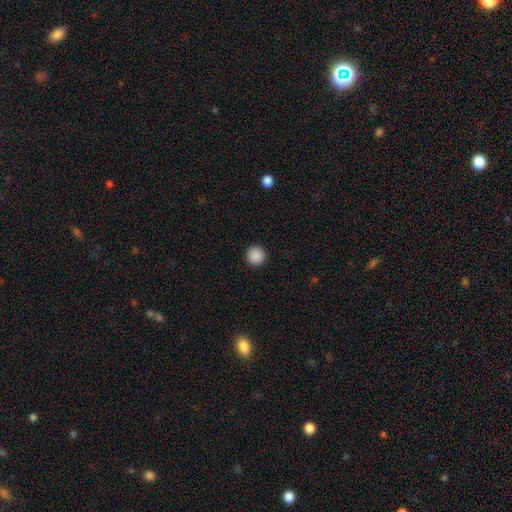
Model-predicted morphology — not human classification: Overall: smooth (89%). How rounded: round (96%). Merging: none (93%).